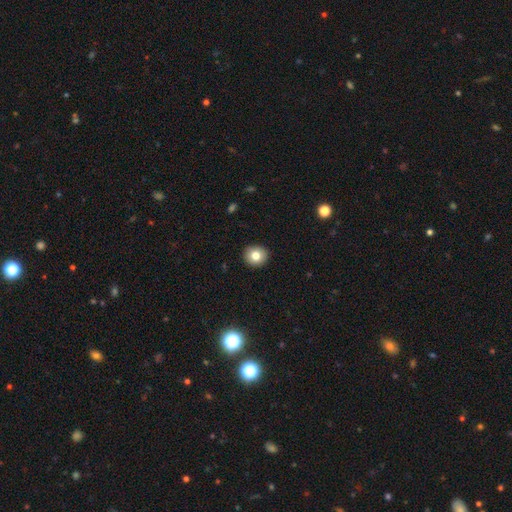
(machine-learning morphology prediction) A smooth galaxy with no disk features (80%) that is round (85%). Merging: none (92%).